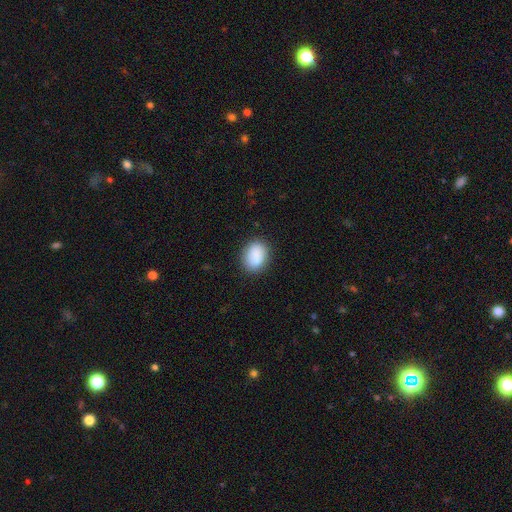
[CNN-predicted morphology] Smooth or featured? smooth (88%)
How rounded? in between (69%)
Merging? none (85%)